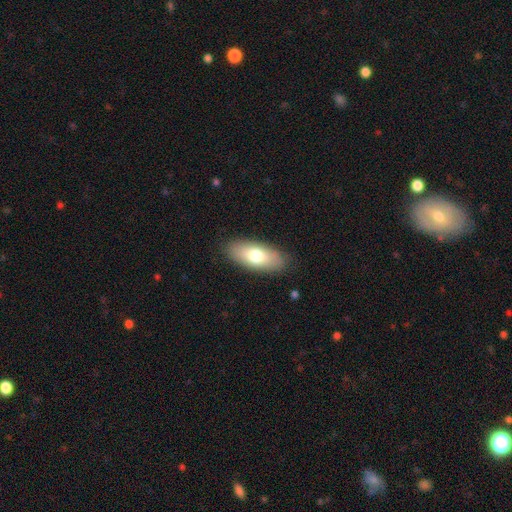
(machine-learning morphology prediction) The model was most divided on "smooth or featured": smooth: 73%, featured or disk: 20%, star or artifact: 7%. More confident: merging — none (87%); how rounded — in between (85%).